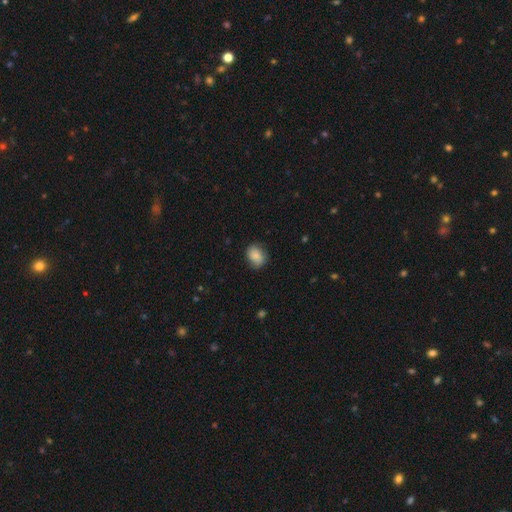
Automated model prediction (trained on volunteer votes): Smooth or featured? Predicted: smooth (p=0.81). How rounded? Predicted: in between (p=0.56). Merging? Predicted: none (p=0.71).